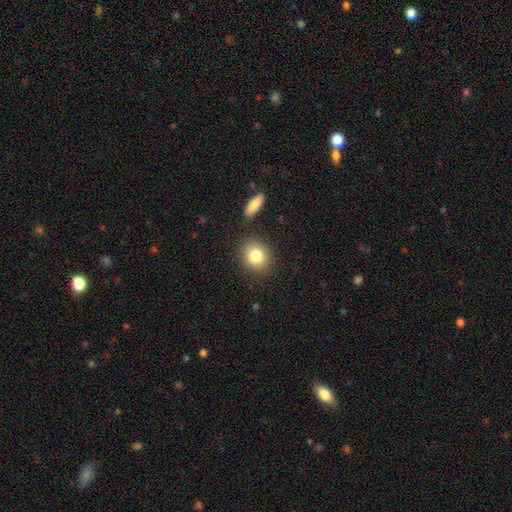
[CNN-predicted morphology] Q: Smooth or featured?
A: smooth (82%); runner-up: star or artifact (9%)
Q: How rounded?
A: round (72%); runner-up: in between (27%)
Q: Merging?
A: none (84%); runner-up: minor disturbance (9%)